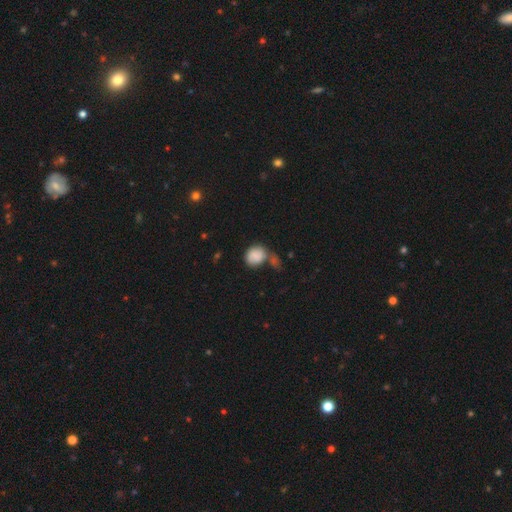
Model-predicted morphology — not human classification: type=smooth (83%); roundness=round (63%); merging=none (39%).